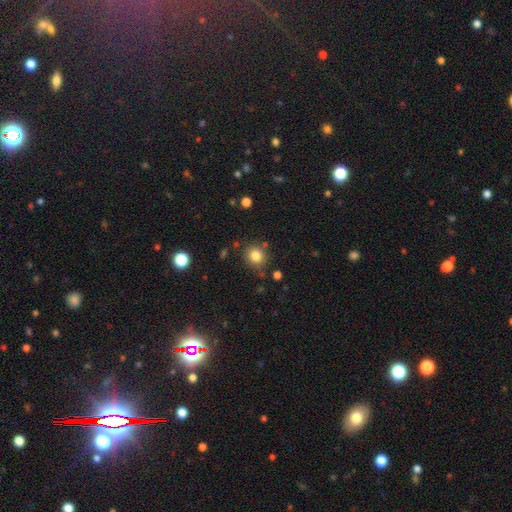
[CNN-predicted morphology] smooth 82%, star or artifact 11%, featured or disk 6%. Down the decision tree: how rounded — round (82%); merging — none (82%).